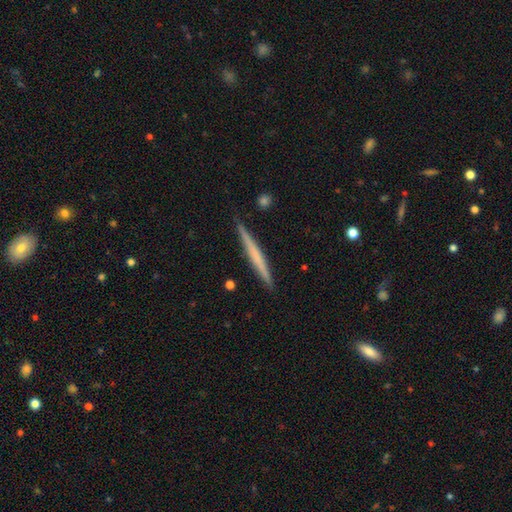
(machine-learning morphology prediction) This appears to be a featured or disk galaxy (50%). Merging: none (91%).